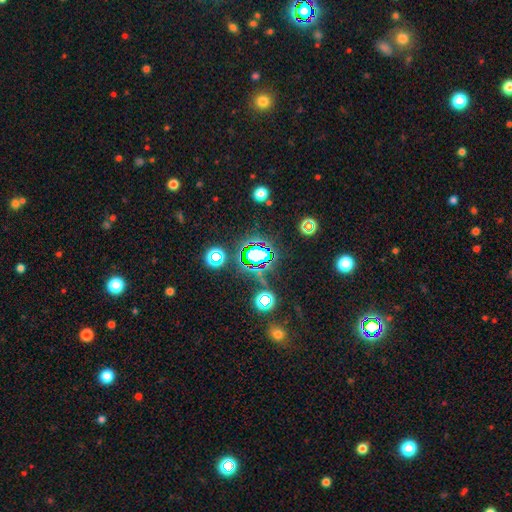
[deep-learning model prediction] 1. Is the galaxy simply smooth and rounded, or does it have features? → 70% star or artifact, 18% smooth, 12% featured or disk.